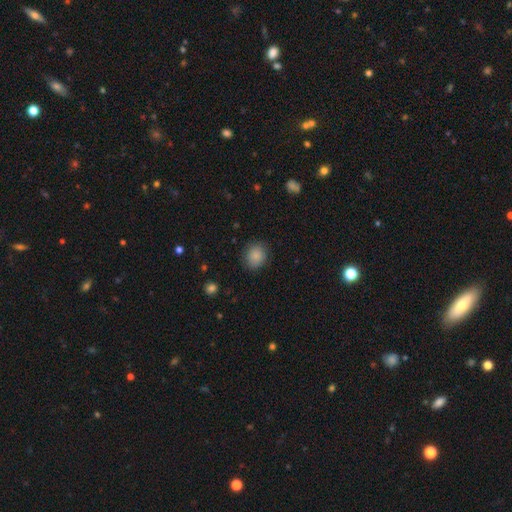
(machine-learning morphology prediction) This is clearly a smooth galaxy (86%). How rounded: likely round (75%). Merging: clearly none (83%).